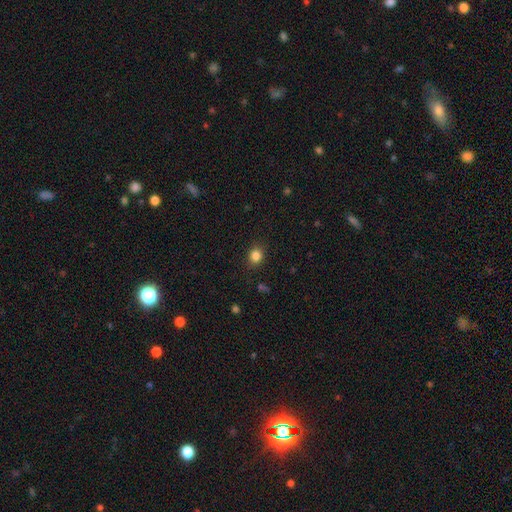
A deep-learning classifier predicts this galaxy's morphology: Smooth or featured?
  - smooth: 84% *
  - star or artifact: 11%
  - featured or disk: 5%
How rounded?
  - round: 69% *
  - in between: 30%
  - cigar-shaped: 1%
Merging?
  - none: 87% *
  - minor disturbance: 9%
  - major disturbance: 3%
  - merger: 1%